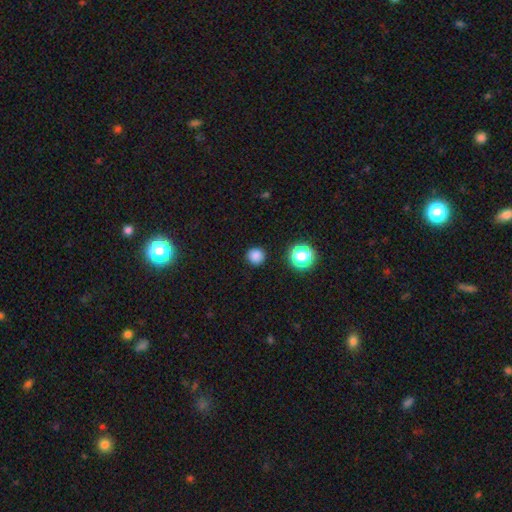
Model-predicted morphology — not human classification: Overall: smooth (82%). How rounded: round (95%). Merging: none (90%).